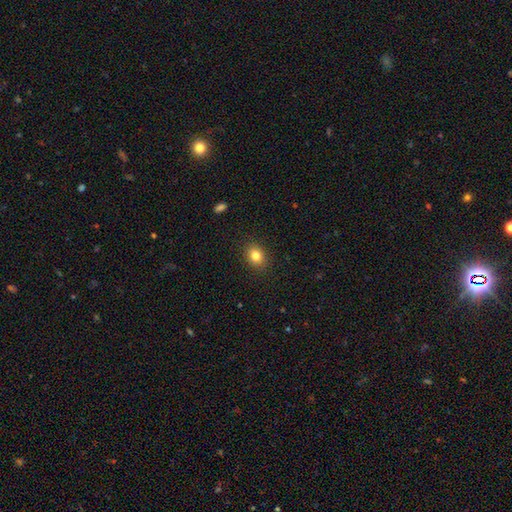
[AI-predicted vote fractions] A smooth galaxy with no disk features (83%) that is round (53%). Merging: none (89%).